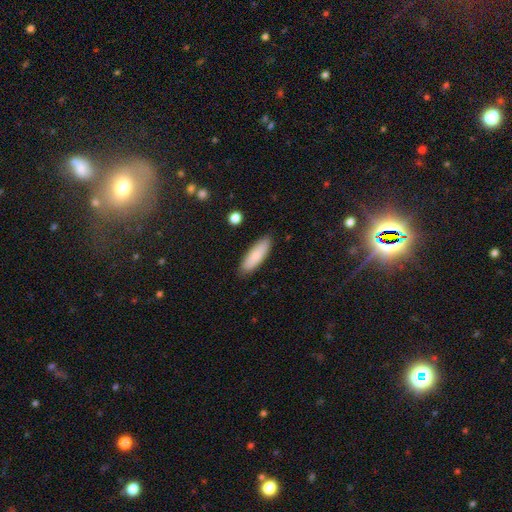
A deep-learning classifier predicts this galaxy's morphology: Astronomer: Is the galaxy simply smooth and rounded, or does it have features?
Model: smooth — 86%.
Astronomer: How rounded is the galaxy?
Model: in between — 50% (runner-up: cigar-shaped, 48%).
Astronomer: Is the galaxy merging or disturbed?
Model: none — 88%.